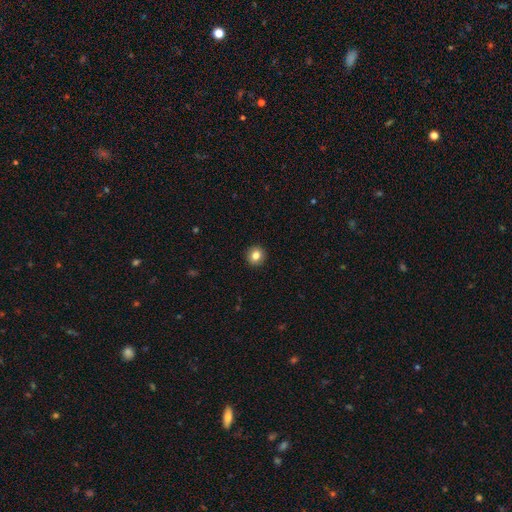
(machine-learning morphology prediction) type=smooth (83%); roundness=round (93%); merging=none (93%).